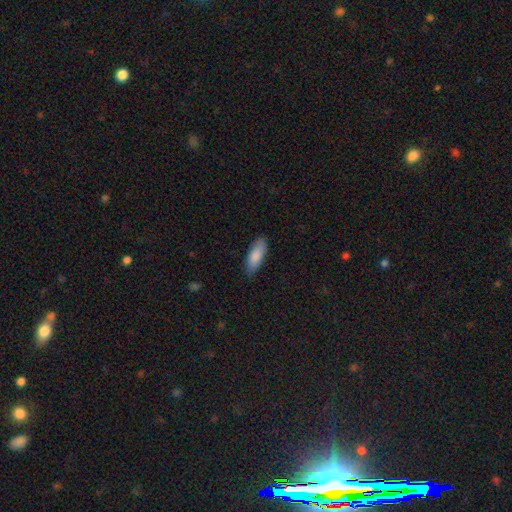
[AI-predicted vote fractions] This is clearly a smooth galaxy (85%). How rounded: likely in between (70%). Merging: clearly none (81%).